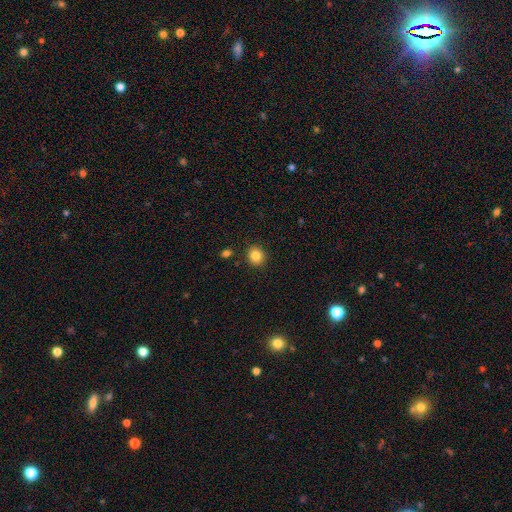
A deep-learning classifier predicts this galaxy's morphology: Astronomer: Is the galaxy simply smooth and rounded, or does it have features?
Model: smooth — 84%.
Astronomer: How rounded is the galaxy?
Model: round — 86%.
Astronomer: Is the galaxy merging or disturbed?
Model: none — 90%.